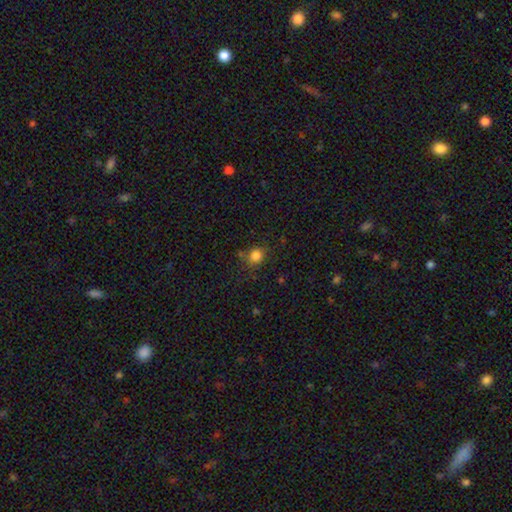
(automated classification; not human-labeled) Smooth or featured: smooth — 82% (star or artifact — 13%)
How rounded: round — 75% (in between — 24%)
Merging: none — 71% (minor disturbance — 17%)